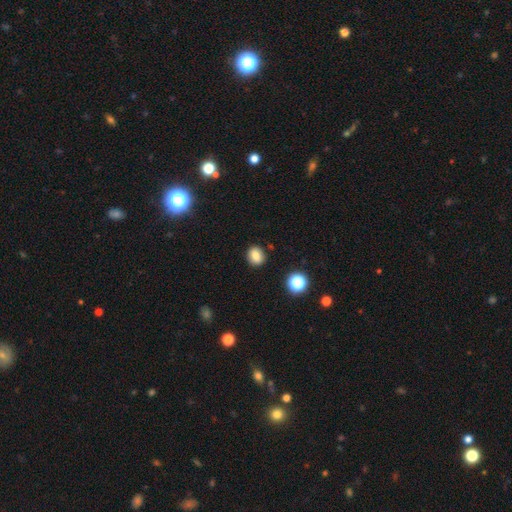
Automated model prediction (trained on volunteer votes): smooth 82%, star or artifact 12%, featured or disk 6%. Down the decision tree: how rounded — round (64%); merging — none (87%).